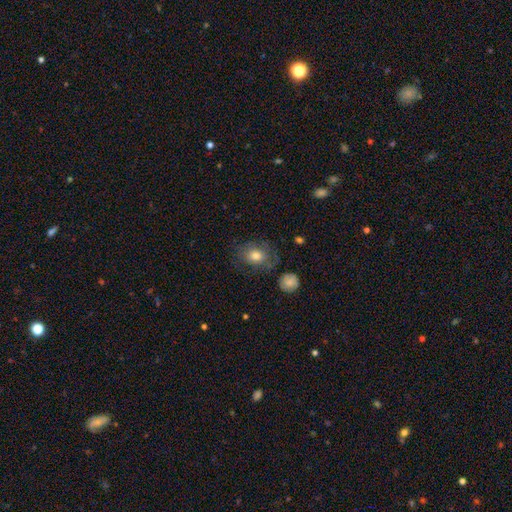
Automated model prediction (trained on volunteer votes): Overall: smooth (74%). How rounded: round (51%; in between 48%). Merging: none (66%).